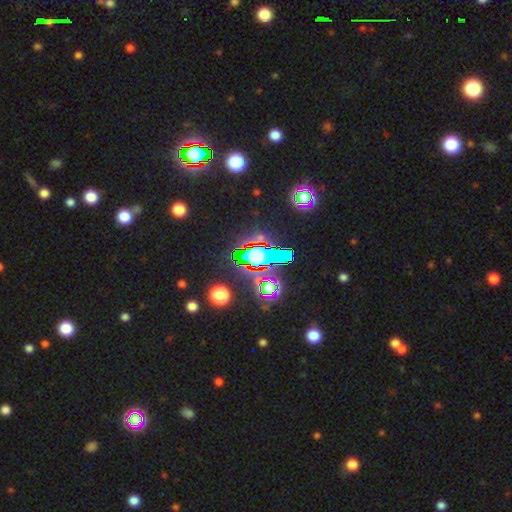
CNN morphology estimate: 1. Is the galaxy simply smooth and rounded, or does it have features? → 69% star or artifact, 19% smooth, 13% featured or disk.